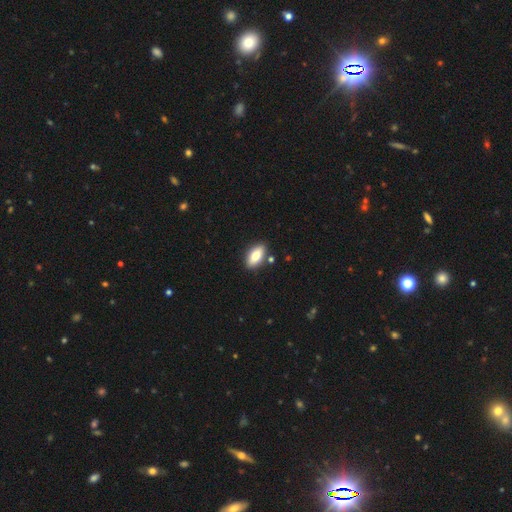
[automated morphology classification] Smooth or featured?
  - smooth: 78% *
  - featured or disk: 15%
  - star or artifact: 7%
How rounded?
  - in between: 88% *
  - cigar-shaped: 8%
  - round: 3%
Merging?
  - none: 85% *
  - minor disturbance: 9%
  - merger: 4%
  - major disturbance: 2%